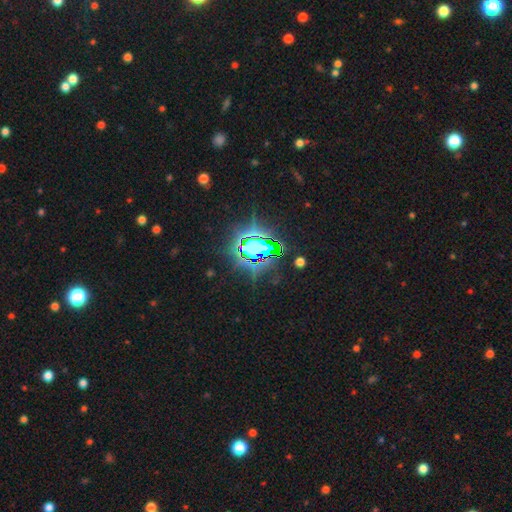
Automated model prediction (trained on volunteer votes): A star or artifact, not a galaxy (81%).